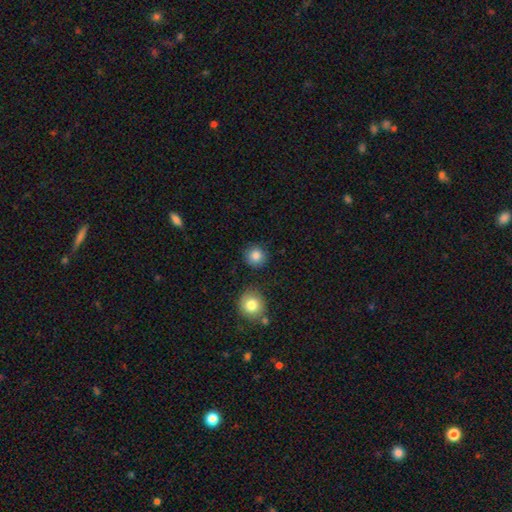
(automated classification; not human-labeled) A smooth galaxy with no disk features (86%) that is round (93%). Merging: none (86%).